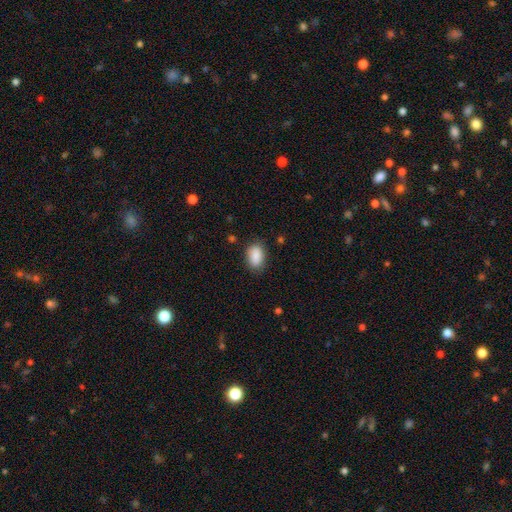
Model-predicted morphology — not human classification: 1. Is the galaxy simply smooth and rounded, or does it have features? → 89% smooth, 7% star or artifact, 4% featured or disk.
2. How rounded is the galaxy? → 90% in between, 8% round, 2% cigar-shaped.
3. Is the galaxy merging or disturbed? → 81% none, 14% minor disturbance, 3% major disturbance, 1% merger.